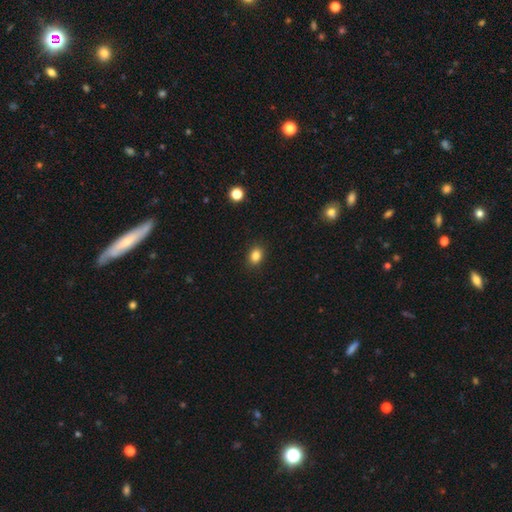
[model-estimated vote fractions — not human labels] A smooth galaxy with no disk features (84%) that is in between round and cigar-shaped (67%). Merging: none (89%).